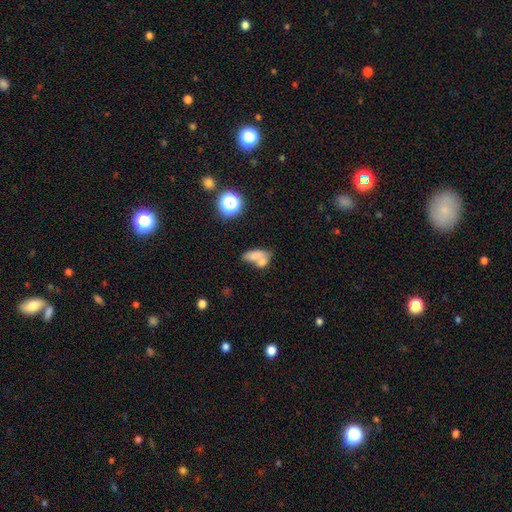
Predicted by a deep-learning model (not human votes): Smooth or featured? smooth (72%)
How rounded? in between (79%)
Merging? merger (49%)